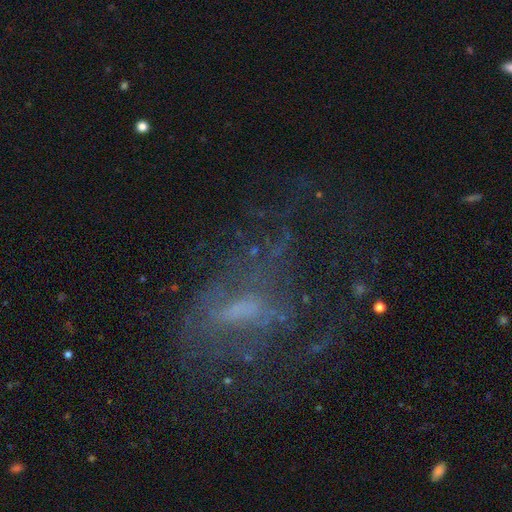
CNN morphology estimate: smooth_or_featured: featured or disk (p=0.59) [alt: star or artifact p=0.22]
disk_edge_on: no (p=0.91) [alt: yes p=0.09]
bar: no (p=0.46) [alt: weak p=0.39]
has_spiral_arms: no (p=0.62) [alt: yes p=0.38]
bulge_size: small (p=0.37) [alt: none p=0.30]
merging: none (p=0.44) [alt: major disturbance p=0.36]